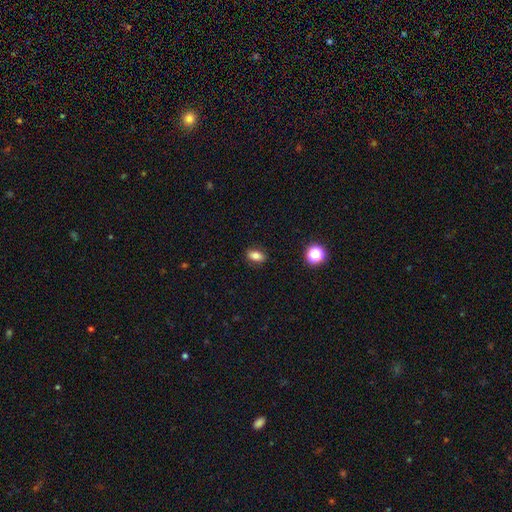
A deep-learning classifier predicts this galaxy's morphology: Q: Smooth or featured?
A: smooth (79%); runner-up: star or artifact (11%)
Q: How rounded?
A: in between (83%); runner-up: round (11%)
Q: Merging?
A: none (88%); runner-up: minor disturbance (9%)